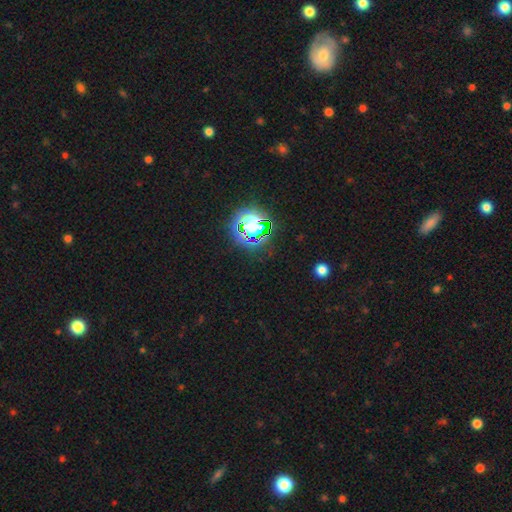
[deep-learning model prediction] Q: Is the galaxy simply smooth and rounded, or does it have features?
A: star or artifact — 81%.